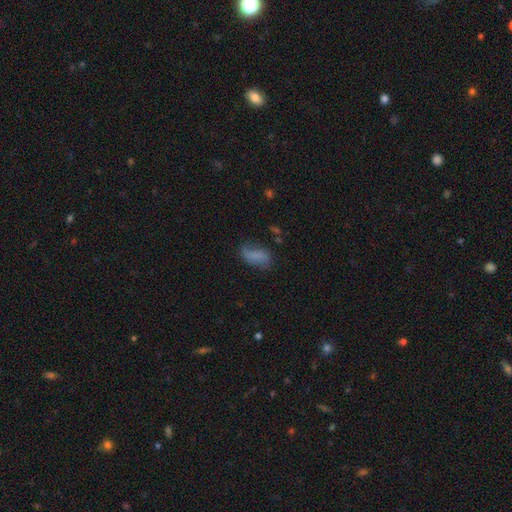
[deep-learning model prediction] This appears to be a smooth galaxy with no disk features (59%) that is in between round and cigar-shaped (84%). Merging: none (56%).